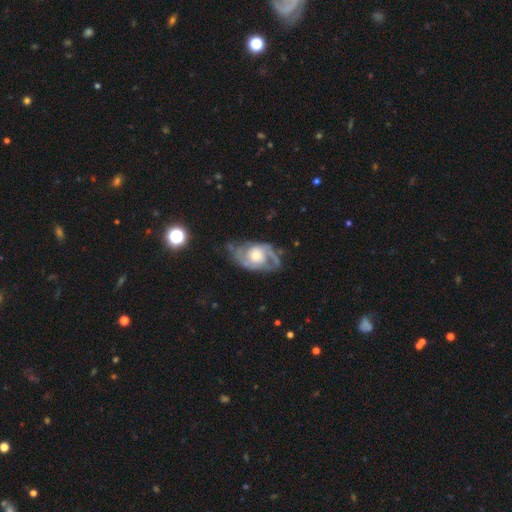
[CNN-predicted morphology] Smooth or featured? featured or disk (84%)
Edge-on disk? no (96%)
Bar? no (72%)
Spiral arms? yes (90%)
Spiral winding? medium (45%)
Spiral arm count? 2 (77%)
Bulge size? moderate (62%)
Merging? none (62%)